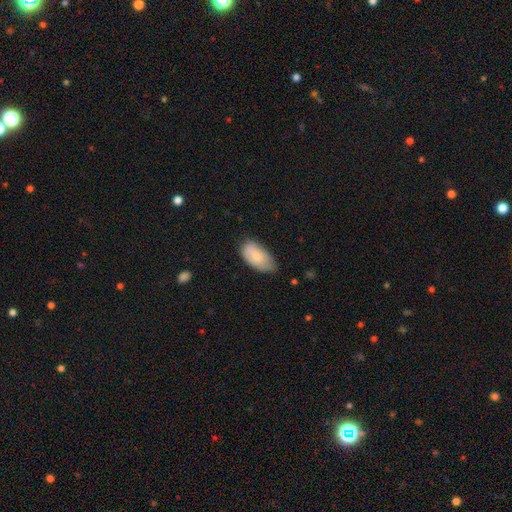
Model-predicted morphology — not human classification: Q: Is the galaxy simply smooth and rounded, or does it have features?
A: smooth — 81%.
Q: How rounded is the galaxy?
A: in between — 95%.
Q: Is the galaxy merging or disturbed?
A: none — 59%.